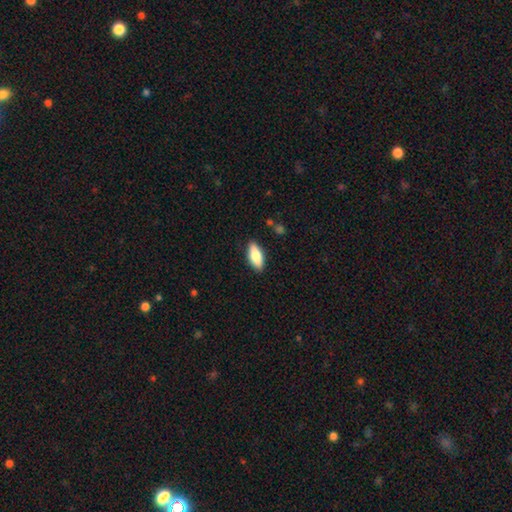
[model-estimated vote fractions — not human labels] This is likely a smooth galaxy (79%). How rounded: likely in between (80%). Merging: clearly none (87%).